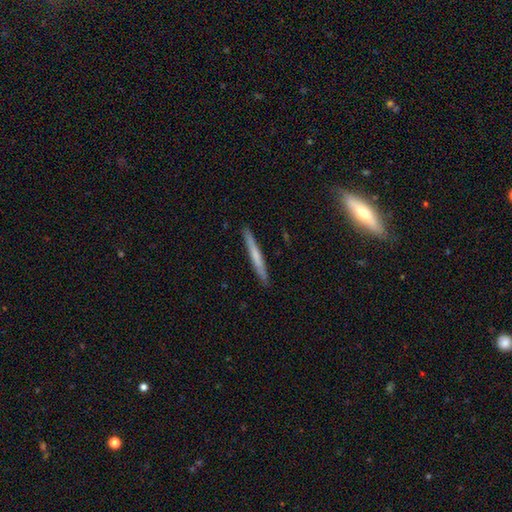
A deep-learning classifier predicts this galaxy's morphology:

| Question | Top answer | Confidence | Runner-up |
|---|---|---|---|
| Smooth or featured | smooth | 55% | featured or disk (39%) |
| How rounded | cigar-shaped | 97% | in between (2%) |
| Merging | none | 91% | minor disturbance (7%) |